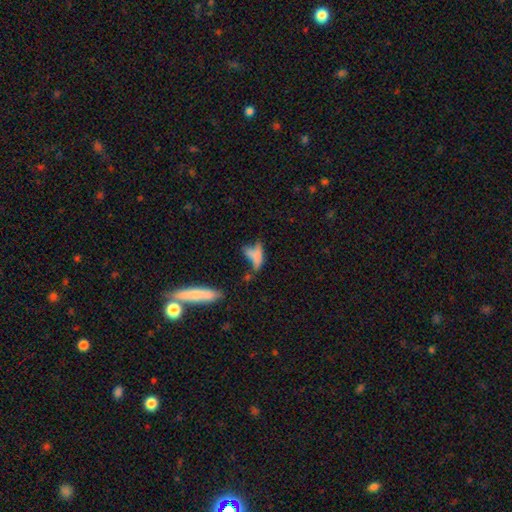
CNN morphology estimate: smooth 58%, featured or disk 30%, star or artifact 13%. Down the decision tree: how rounded — in between (53%); merging — merger (29%, tied with none).